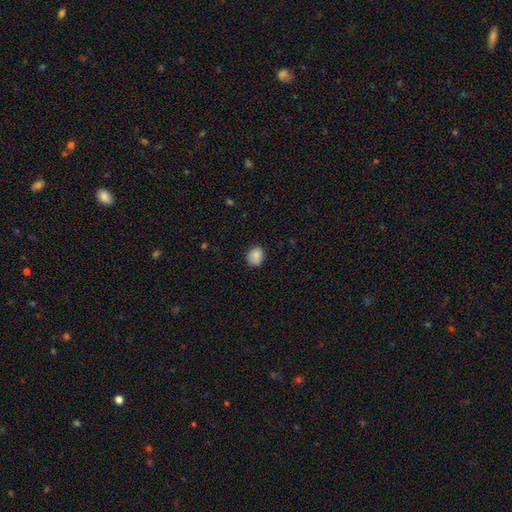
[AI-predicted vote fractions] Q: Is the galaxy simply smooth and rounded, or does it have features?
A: smooth — 86%.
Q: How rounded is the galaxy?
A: round — 57%.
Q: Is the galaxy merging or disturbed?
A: none — 83%.